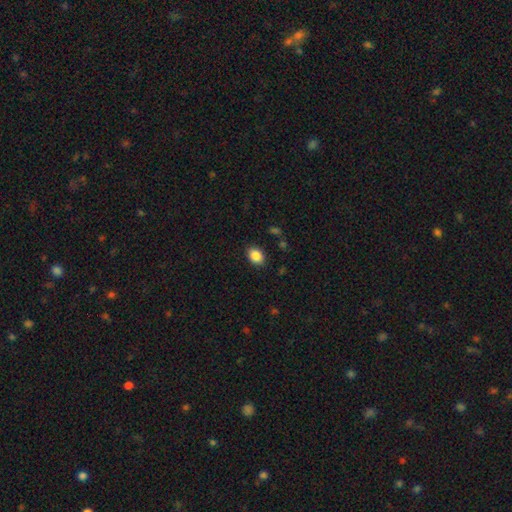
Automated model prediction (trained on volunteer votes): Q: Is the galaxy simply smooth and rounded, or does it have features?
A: smooth — 87%.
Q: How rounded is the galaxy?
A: in between — 74%.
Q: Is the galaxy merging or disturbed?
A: none — 87%.